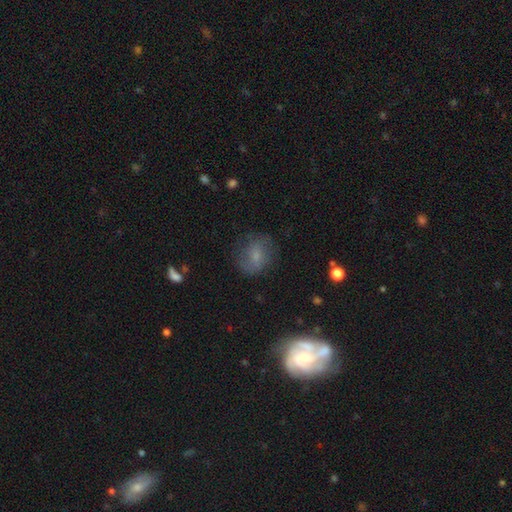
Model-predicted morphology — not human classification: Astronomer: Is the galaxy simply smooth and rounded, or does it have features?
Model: smooth — 58%.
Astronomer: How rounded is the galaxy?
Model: round — 51% (runner-up: in between, 47%).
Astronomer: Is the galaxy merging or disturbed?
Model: none — 66%.